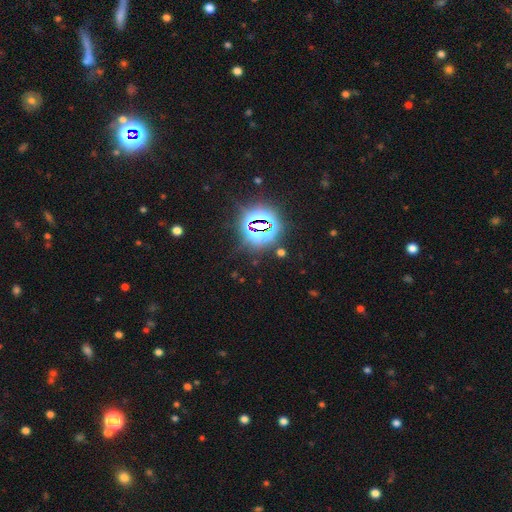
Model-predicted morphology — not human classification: This appears to be a star or artifact, not a galaxy (84%).